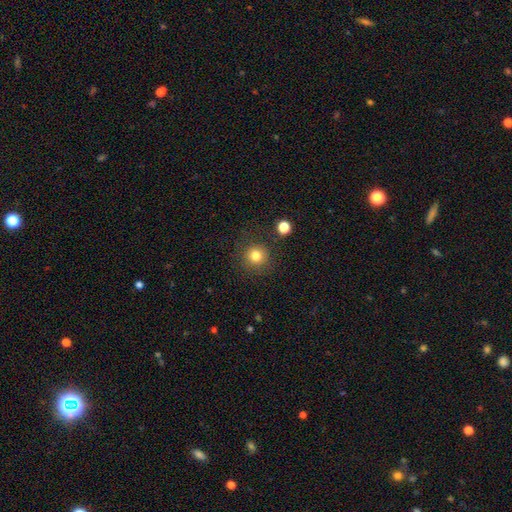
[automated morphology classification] smooth-or-featured: smooth: 81% | star or artifact: 12% | featured or disk: 7%
  how-rounded: round: 93% | in between: 6% | cigar-shaped: 1%
  merging: none: 85% | minor disturbance: 8% | major disturbance: 4% | merger: 3%